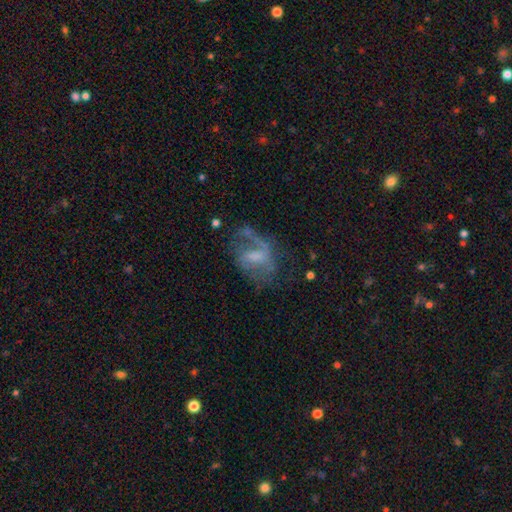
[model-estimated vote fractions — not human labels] A featured or disk galaxy (70%) with a weak bar (51%), 2 (49%) loose (43%) spiral arms (78%) and a small central bulge (36%). Merging: none (48%).